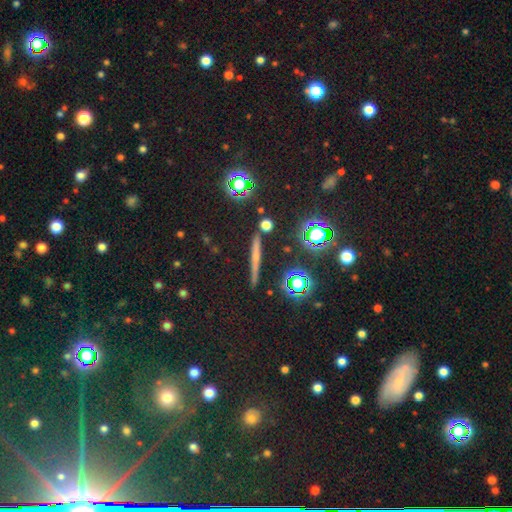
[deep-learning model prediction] smooth_or_featured: featured or disk (p=0.40) [alt: smooth p=0.38]
merging: none (p=0.89) [alt: minor disturbance p=0.07]